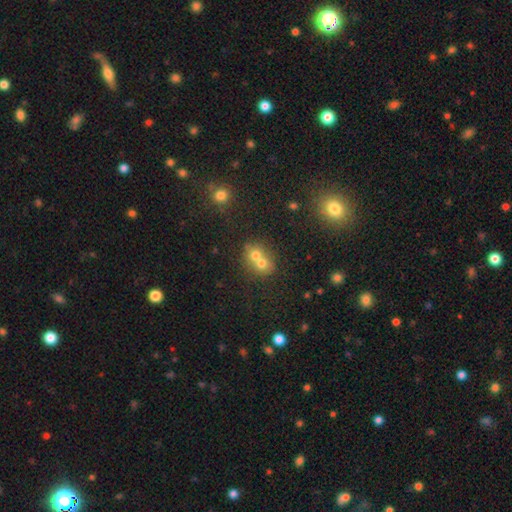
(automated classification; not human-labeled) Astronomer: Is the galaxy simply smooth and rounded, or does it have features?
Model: smooth — 66%.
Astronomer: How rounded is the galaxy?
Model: round — 73%.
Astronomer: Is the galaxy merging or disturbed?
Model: merger — 65%.